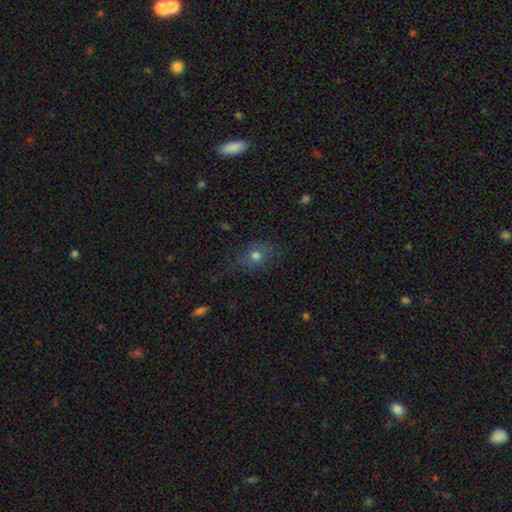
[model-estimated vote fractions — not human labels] smooth 61%, star or artifact 22%, featured or disk 18%. Down the decision tree: how rounded — in between (54%); merging — none (72%).